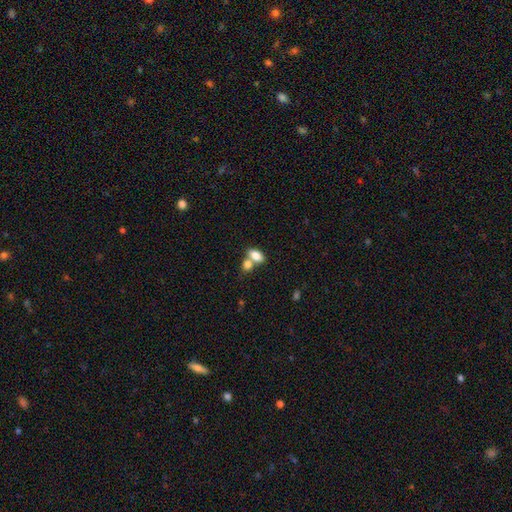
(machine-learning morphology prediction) smooth-or-featured: smooth: 81% | featured or disk: 11% | star or artifact: 8%
  how-rounded: in between: 88% | round: 9% | cigar-shaped: 3%
  merging: merger: 50% | none: 39% | minor disturbance: 9% | major disturbance: 3%